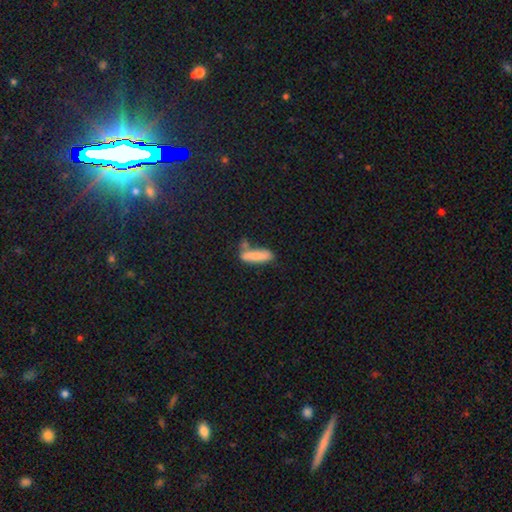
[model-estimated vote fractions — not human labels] smooth-or-featured: smooth: 79% | featured or disk: 13% | star or artifact: 8%
  how-rounded: cigar-shaped: 58% | in between: 39% | round: 2%
  merging: none: 47% | merger: 24% | minor disturbance: 21% | major disturbance: 8%